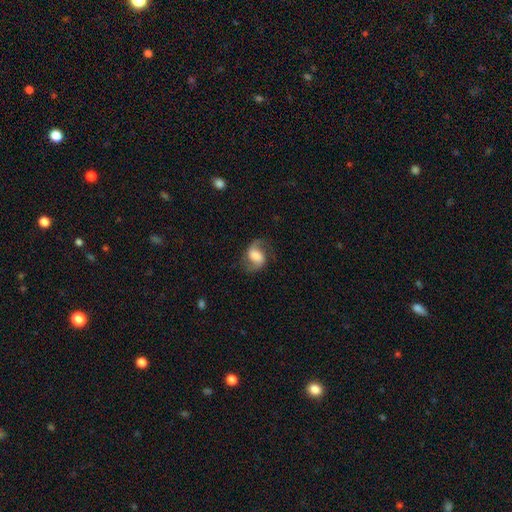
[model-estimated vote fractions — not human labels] Smooth or featured? Predicted: featured or disk (p=0.67). Edge-on disk? Predicted: no (p=0.97). Bar? Predicted: weak (p=0.44). Spiral arms? Predicted: yes (p=0.93). Spiral winding? Predicted: loose (p=0.48). Spiral arm count? Predicted: 2 (p=0.89). Bulge size? Predicted: large (p=0.38). Merging? Predicted: none (p=0.70).